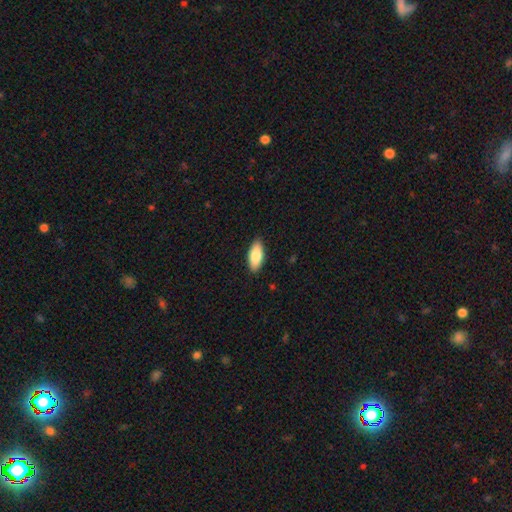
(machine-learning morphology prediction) smooth-or-featured: smooth: 84% | featured or disk: 10% | star or artifact: 6%
  how-rounded: in between: 86% | cigar-shaped: 12% | round: 2%
  merging: none: 89% | minor disturbance: 9% | major disturbance: 2% | merger: 1%